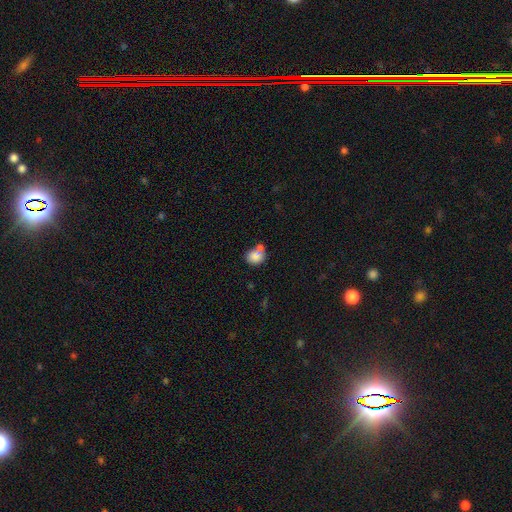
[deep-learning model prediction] Smooth or featured: smooth — 81% (featured or disk — 10%)
How rounded: round — 67% (in between — 32%)
Merging: none — 44% (merger — 35%)